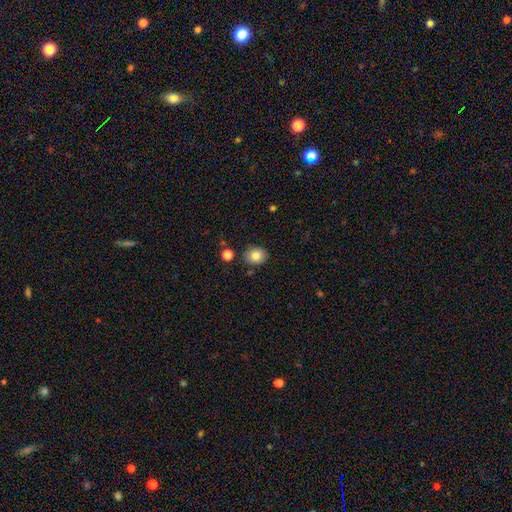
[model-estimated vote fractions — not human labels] Smooth or featured? smooth (84%)
How rounded? round (60%)
Merging? none (84%)